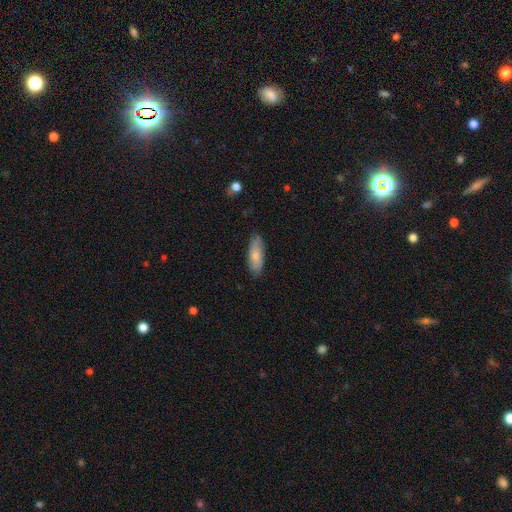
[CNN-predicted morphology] Overall: smooth (78%). How rounded: in between (68%; cigar-shaped 30%). Merging: none (79%).